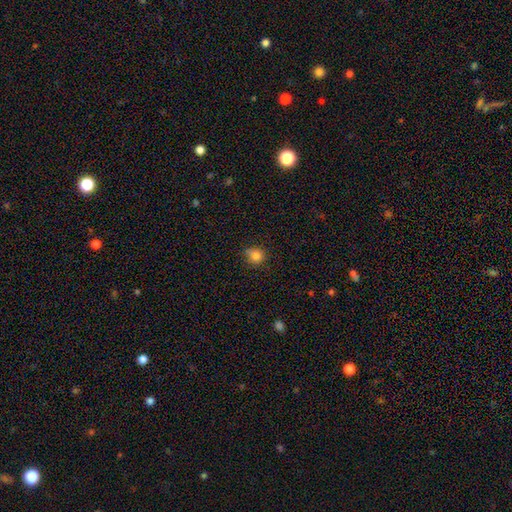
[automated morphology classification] Smooth or featured?
  - smooth: 84% *
  - star or artifact: 11%
  - featured or disk: 5%
How rounded?
  - round: 82% *
  - in between: 17%
  - cigar-shaped: 1%
Merging?
  - none: 70% *
  - minor disturbance: 24%
  - major disturbance: 4%
  - merger: 2%